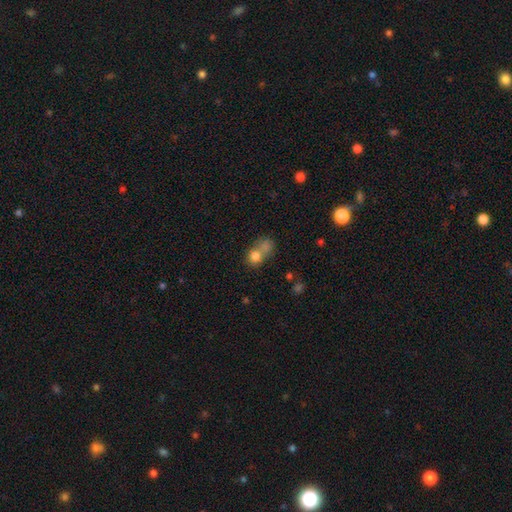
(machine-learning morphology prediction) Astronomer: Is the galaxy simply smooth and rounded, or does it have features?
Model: smooth — 76%.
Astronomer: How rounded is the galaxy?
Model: round — 64%.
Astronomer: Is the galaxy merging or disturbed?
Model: merger — 58%.